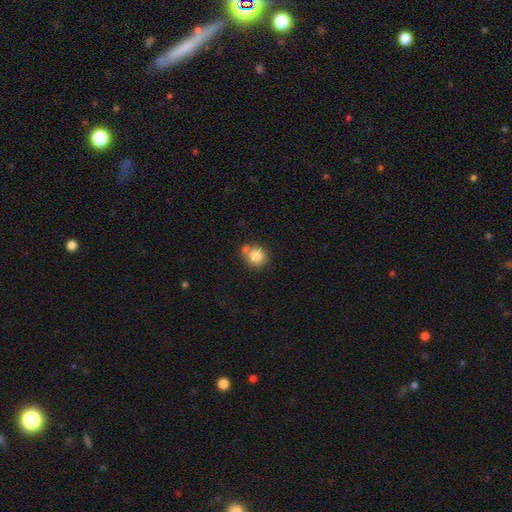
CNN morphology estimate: This appears to be a smooth galaxy with no disk features (83%) that is round (86%). Merging: none (55%).